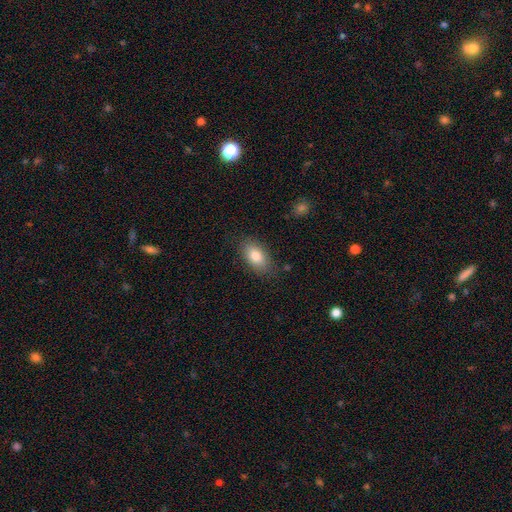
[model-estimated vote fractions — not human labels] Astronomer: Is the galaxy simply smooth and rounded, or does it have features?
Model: smooth — 81%.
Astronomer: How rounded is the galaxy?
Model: in between — 90%.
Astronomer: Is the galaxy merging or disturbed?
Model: none — 82%.